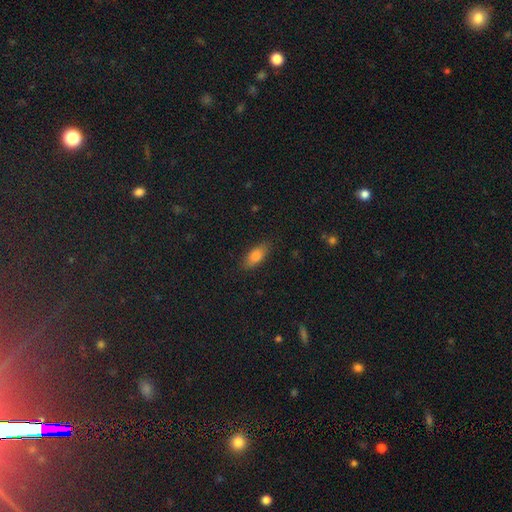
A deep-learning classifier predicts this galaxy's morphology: Overall: smooth (81%). How rounded: in between (83%). Merging: none (85%).